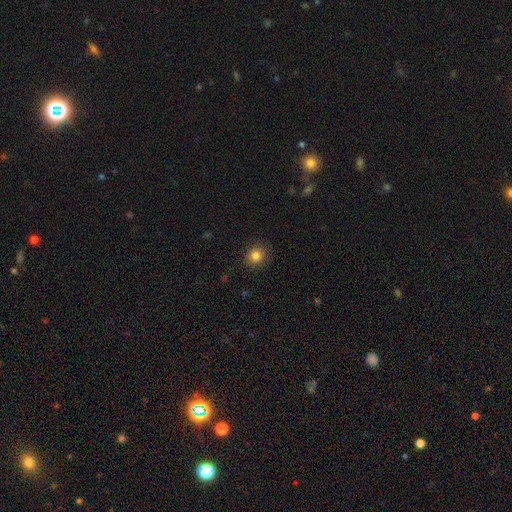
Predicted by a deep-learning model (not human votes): smooth-or-featured: smooth: 82% | star or artifact: 12% | featured or disk: 6%
  how-rounded: round: 80% | in between: 19% | cigar-shaped: 1%
  merging: none: 90% | minor disturbance: 7% | major disturbance: 2% | merger: 1%